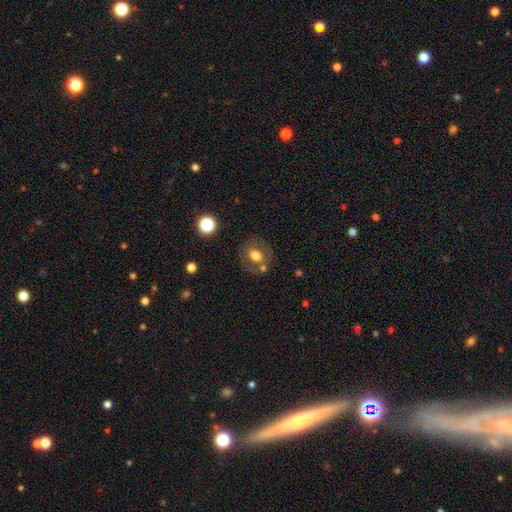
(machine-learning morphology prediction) Smooth or featured? smooth (59%)
How rounded? round (68%)
Merging? none (71%)